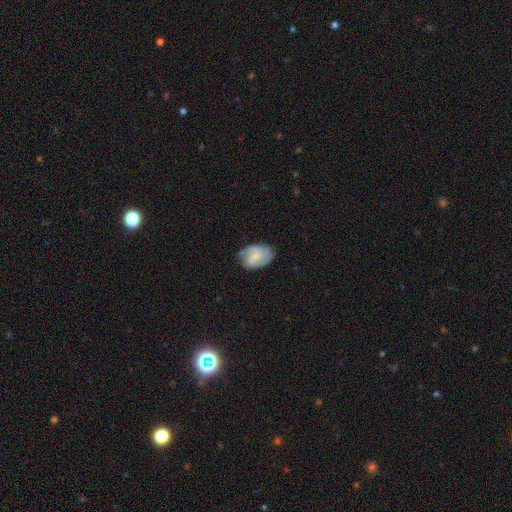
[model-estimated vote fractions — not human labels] Smooth or featured?
  - featured or disk: 67% *
  - smooth: 26%
  - star or artifact: 7%
Edge-on disk?
  - no: 97% *
  - yes: 3%
Bar?
  - no: 47% *
  - weak: 43%
  - strong: 10%
Spiral arms?
  - yes: 93% *
  - no: 7%
Spiral winding?
  - medium: 46% *
  - tight: 34%
  - loose: 20%
Spiral arm count?
  - 2: 44% *
  - 3: 23%
  - can't tell: 20%
  - 1: 5%
  - 4: 4%
  - more than 4: 3%
Bulge size?
  - small: 47% *
  - none: 28%
  - moderate: 21%
  - large: 3%
  - dominant: 1%
Merging?
  - none: 67% *
  - minor disturbance: 23%
  - major disturbance: 9%
  - merger: 1%